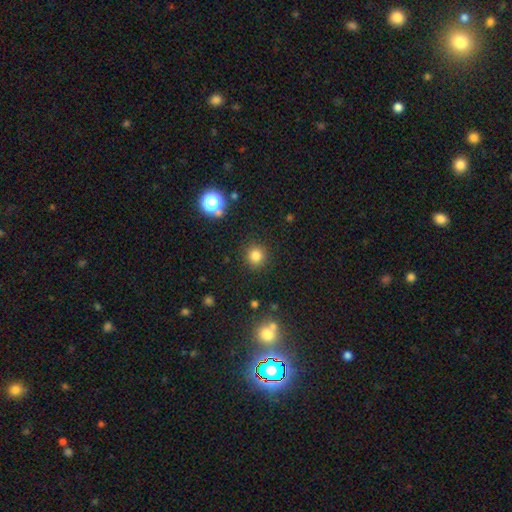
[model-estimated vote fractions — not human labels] smooth_or_featured: smooth (p=0.80) [alt: star or artifact p=0.15]
how_rounded: round (p=0.92) [alt: in between p=0.07]
merging: none (p=0.90) [alt: minor disturbance p=0.06]